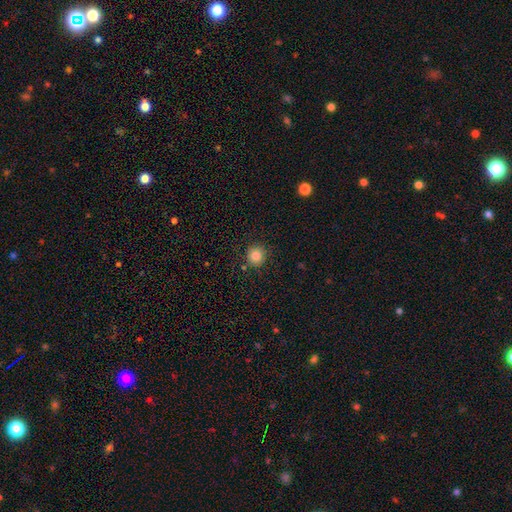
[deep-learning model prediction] A smooth galaxy with no disk features (84%) that is round (93%).

Vote fractions:
- Smooth or featured? smooth: 84% / star or artifact: 11% / featured or disk: 5%
- How rounded? round: 93% / in between: 6% / cigar-shaped: 1%
- Merging? none: 87% / minor disturbance: 8% / merger: 3% / major disturbance: 2%